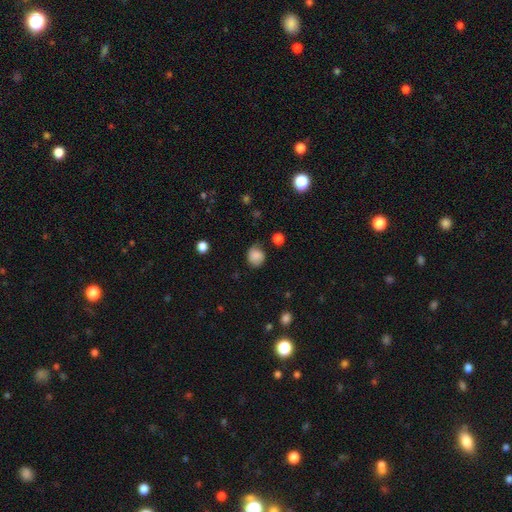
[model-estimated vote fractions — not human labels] smooth-or-featured: smooth: 80% | featured or disk: 11% | star or artifact: 10%
  how-rounded: round: 74% | in between: 25% | cigar-shaped: 1%
  merging: none: 65% | minor disturbance: 25% | major disturbance: 7% | merger: 2%